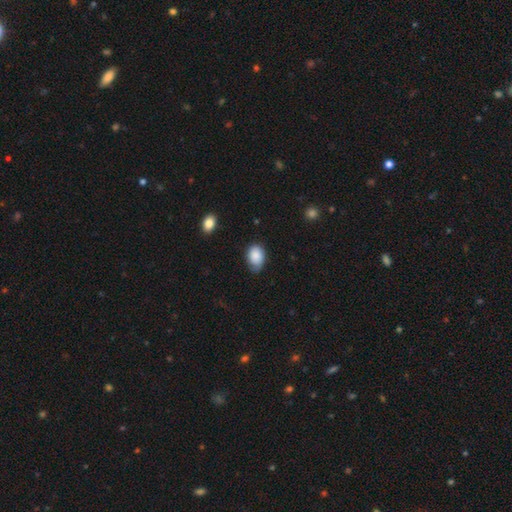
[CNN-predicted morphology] smooth-or-featured: smooth: 86% | star or artifact: 7% | featured or disk: 6%
  how-rounded: in between: 77% | round: 22% | cigar-shaped: 1%
  merging: none: 56% | minor disturbance: 35% | major disturbance: 7% | merger: 2%